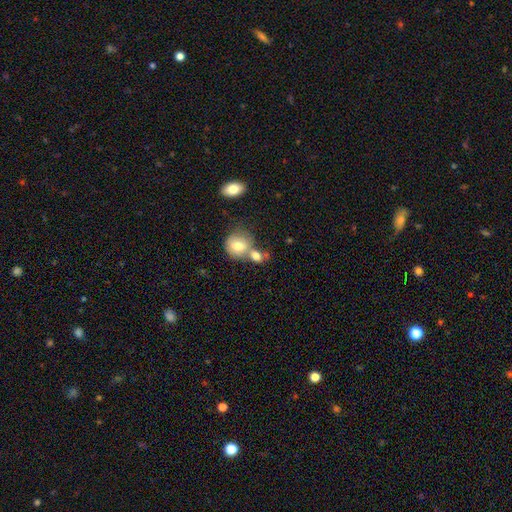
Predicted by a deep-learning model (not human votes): Smooth or featured?
  - smooth: 78% *
  - featured or disk: 14%
  - star or artifact: 9%
How rounded?
  - round: 56% *
  - in between: 42%
  - cigar-shaped: 2%
Merging?
  - merger: 53% *
  - none: 33%
  - minor disturbance: 9%
  - major disturbance: 4%